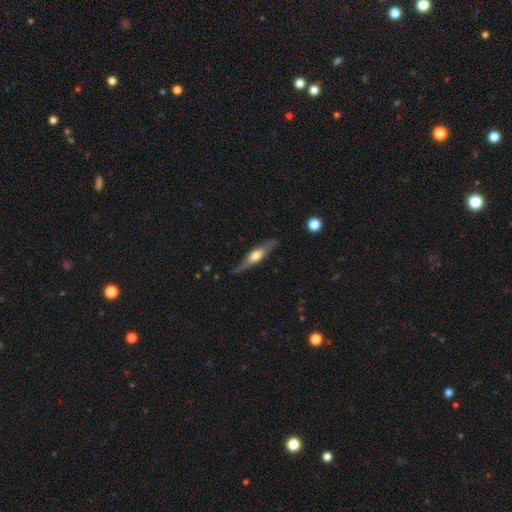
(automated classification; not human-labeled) Morphology: type=featured or disk (58%); edge-on=yes (89%); edge-on bulge=rounded (85%); merging=none (80%).